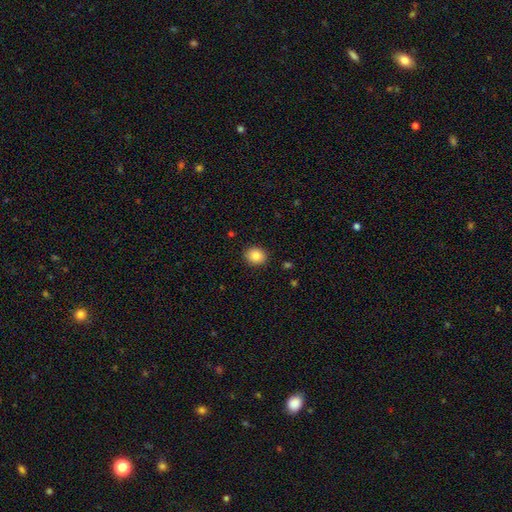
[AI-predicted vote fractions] Smooth or featured: smooth — 85% (star or artifact — 9%)
How rounded: round — 66% (in between — 33%)
Merging: none — 90% (minor disturbance — 7%)